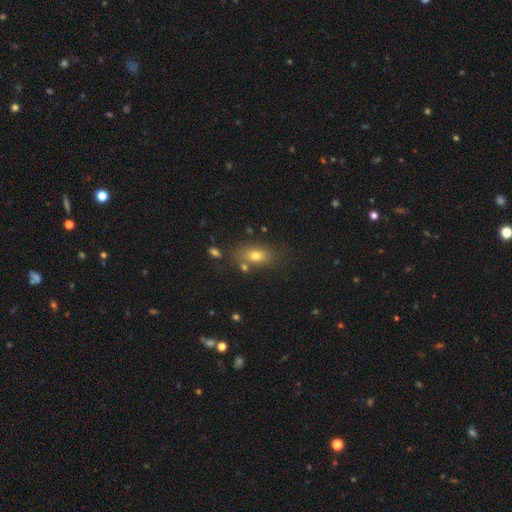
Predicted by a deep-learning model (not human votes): smooth 70%, star or artifact 15%, featured or disk 15%. Down the decision tree: how rounded — in between (77%); merging — none (73%).